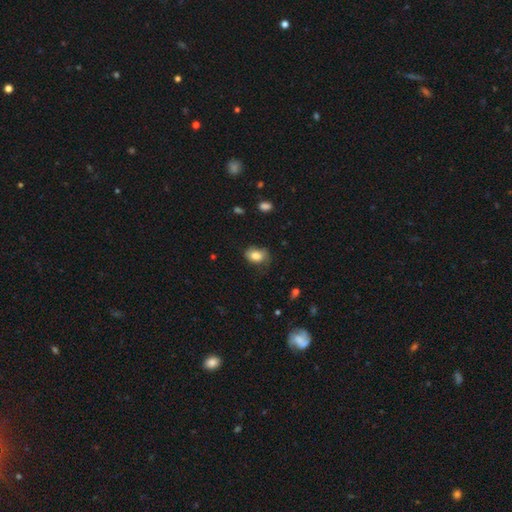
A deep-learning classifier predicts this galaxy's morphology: A smooth galaxy with no disk features (79%) that is in between round and cigar-shaped (72%).

Vote fractions:
- Smooth or featured? smooth: 79% / featured or disk: 13% / star or artifact: 8%
- How rounded? in between: 72% / round: 27% / cigar-shaped: 1%
- Merging? none: 57% / minor disturbance: 30% / major disturbance: 11% / merger: 2%